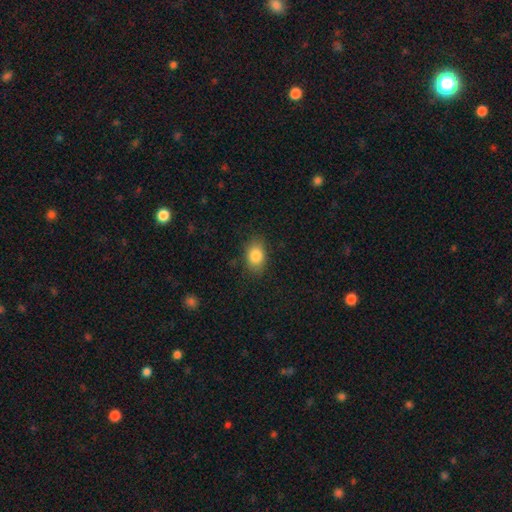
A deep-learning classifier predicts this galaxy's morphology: A smooth galaxy with no disk features (85%) that is in between round and cigar-shaped (77%).

Vote fractions:
- Smooth or featured? smooth: 85% / star or artifact: 8% / featured or disk: 7%
- How rounded? in between: 77% / round: 22% / cigar-shaped: 1%
- Merging? none: 82% / minor disturbance: 13% / major disturbance: 3% / merger: 1%